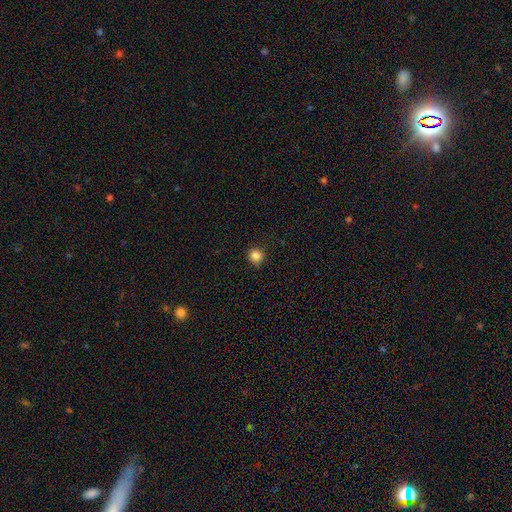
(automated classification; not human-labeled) smooth_or_featured: smooth (p=0.85) [alt: star or artifact p=0.12]
how_rounded: round (p=0.91) [alt: in between p=0.08]
merging: none (p=0.89) [alt: minor disturbance p=0.08]